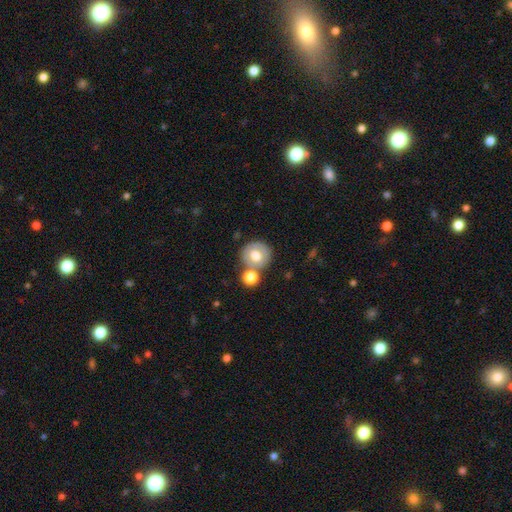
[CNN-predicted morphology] smooth-or-featured: smooth: 60% | featured or disk: 32% | star or artifact: 9%
  how-rounded: round: 85% | in between: 14% | cigar-shaped: 1%
  merging: none: 61% | merger: 22% | minor disturbance: 13% | major disturbance: 5%